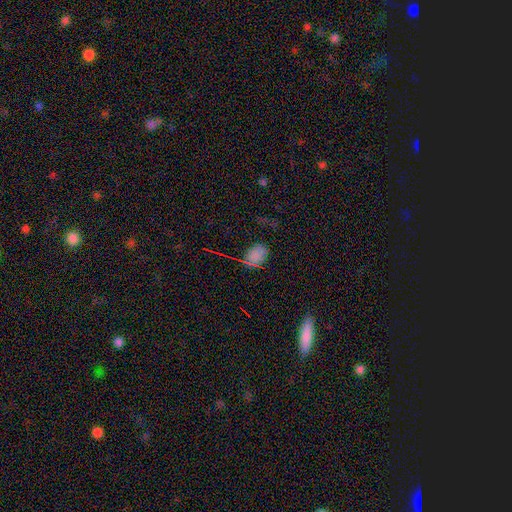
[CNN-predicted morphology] type=smooth (63%); roundness=in between (68%); merging=none (72%).